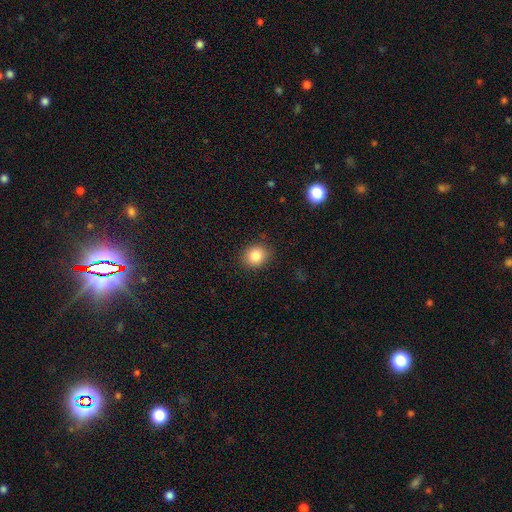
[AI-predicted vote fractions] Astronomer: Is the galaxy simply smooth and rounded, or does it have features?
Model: smooth — 85%.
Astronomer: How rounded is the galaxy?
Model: round — 73%.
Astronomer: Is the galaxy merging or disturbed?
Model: none — 89%.